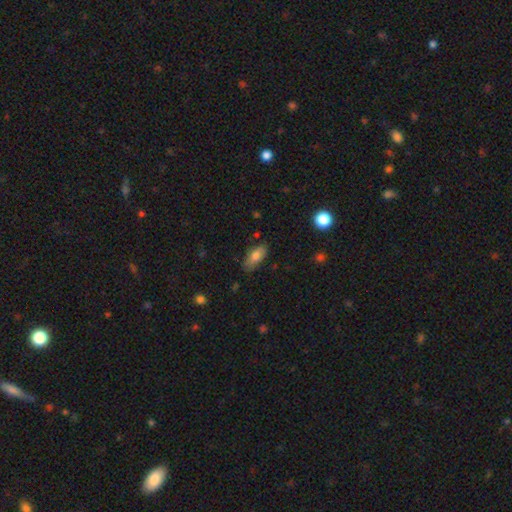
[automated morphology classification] This appears to be a smooth galaxy with no disk features (73%) that is in between round and cigar-shaped (85%). Merging: none (77%).